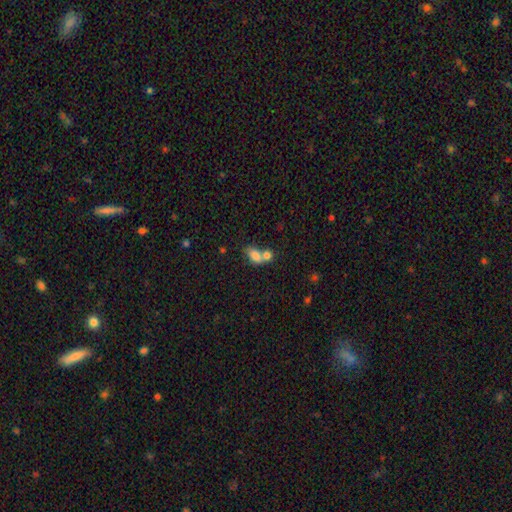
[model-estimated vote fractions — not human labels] The model was most divided on "merging": merger: 62%, none: 25%, minor disturbance: 8%, major disturbance: 5%. More confident: how rounded — in between (81%); smooth or featured — smooth (78%).